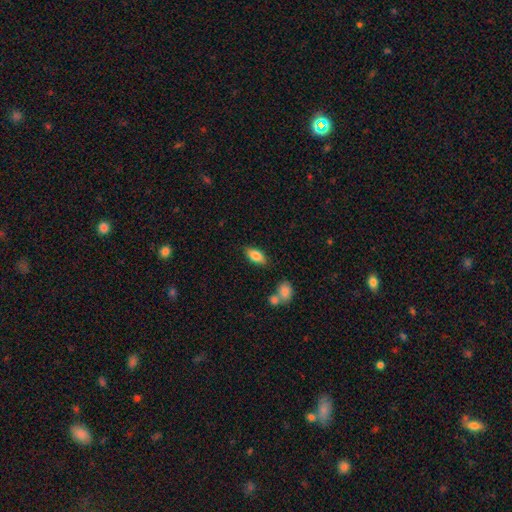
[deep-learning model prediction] smooth 81%, featured or disk 11%, star or artifact 7%. Down the decision tree: how rounded — in between (87%); merging — none (80%).